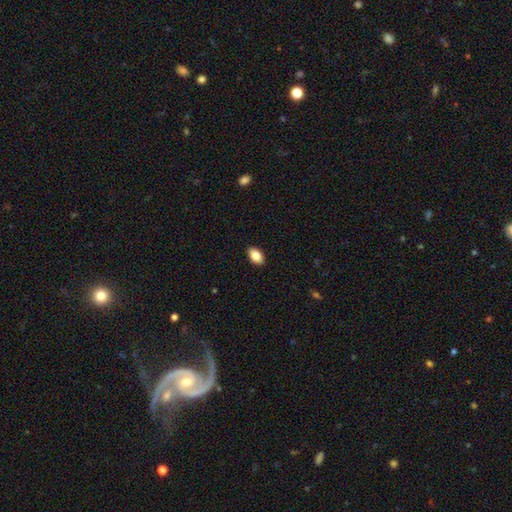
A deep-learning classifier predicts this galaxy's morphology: smooth 84%, featured or disk 8%, star or artifact 7%. Down the decision tree: how rounded — in between (92%); merging — none (90%).